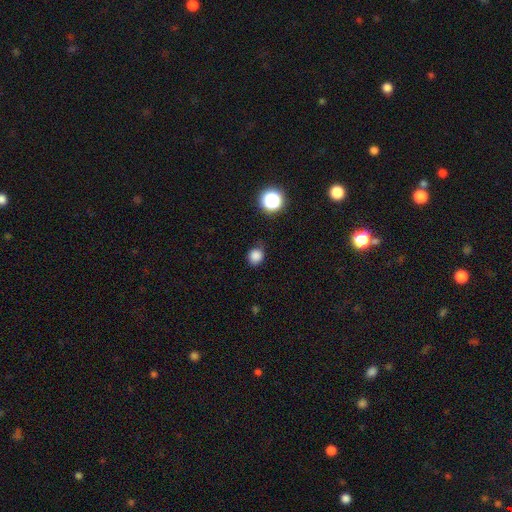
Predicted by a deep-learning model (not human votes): smooth-or-featured: smooth: 83% | star or artifact: 13% | featured or disk: 4%
  how-rounded: round: 81% | in between: 18% | cigar-shaped: 1%
  merging: none: 76% | minor disturbance: 18% | major disturbance: 4% | merger: 2%